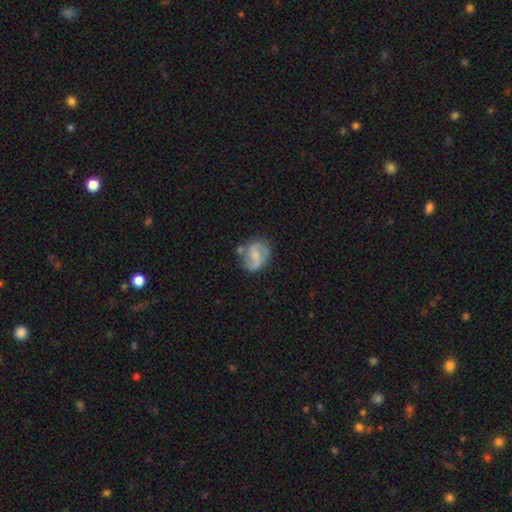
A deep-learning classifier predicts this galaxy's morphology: type=featured or disk (66%); edge-on=no (97%); bar=weak (47%); spiral arms=yes (87%); winding=medium (47%); arm count=2 (85%); bulge=small (36%); merging=none (58%).